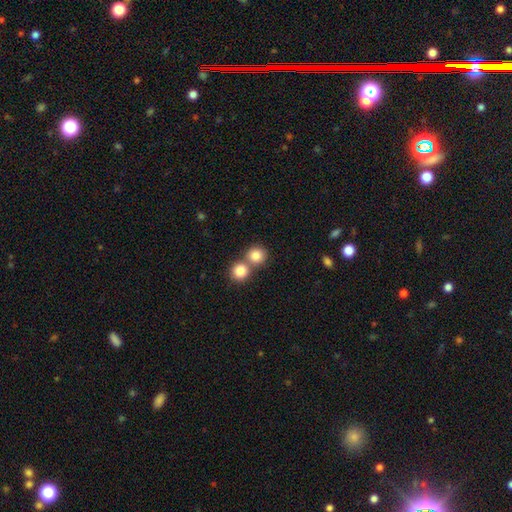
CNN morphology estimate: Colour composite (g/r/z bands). It shows a smooth galaxy with no disk features (83%) that is round (88%). Merging: none (47%).